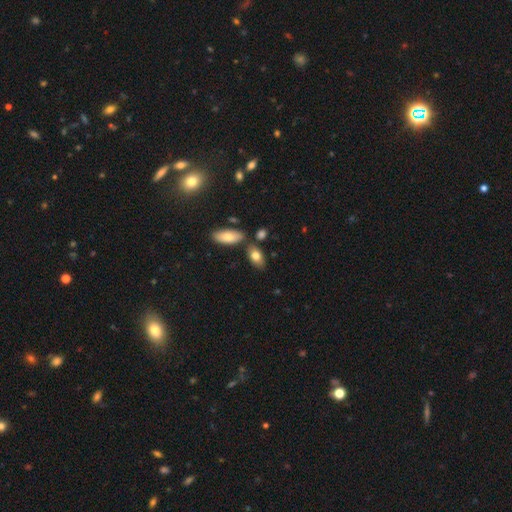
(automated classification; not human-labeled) A smooth galaxy with no disk features (78%) that is in between round and cigar-shaped (90%).

Vote fractions:
- Smooth or featured? smooth: 78% / featured or disk: 15% / star or artifact: 7%
- How rounded? in between: 90% / cigar-shaped: 6% / round: 5%
- Merging? none: 69% / merger: 15% / minor disturbance: 12% / major disturbance: 3%